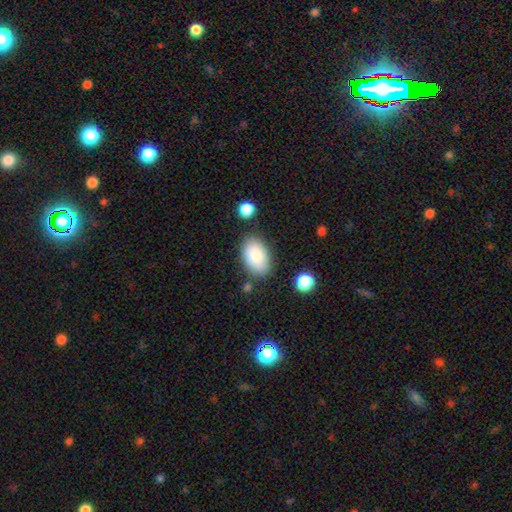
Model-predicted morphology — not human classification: smooth 85%, featured or disk 8%, star or artifact 7%. Down the decision tree: how rounded — in between (92%); merging — none (77%).